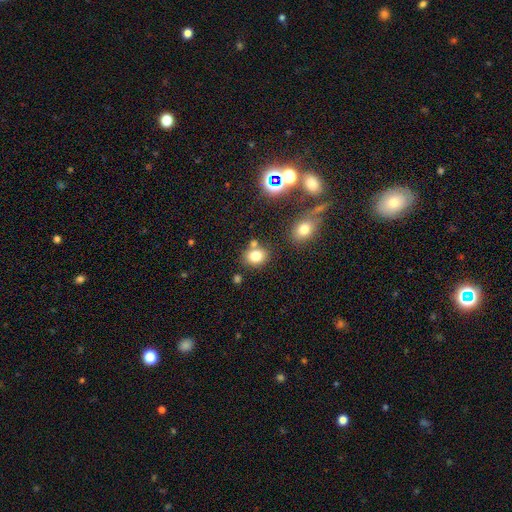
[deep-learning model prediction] smooth-or-featured: smooth: 79% | star or artifact: 12% | featured or disk: 8%
  how-rounded: round: 59% | in between: 40% | cigar-shaped: 1%
  merging: none: 68% | merger: 16% | minor disturbance: 12% | major disturbance: 4%